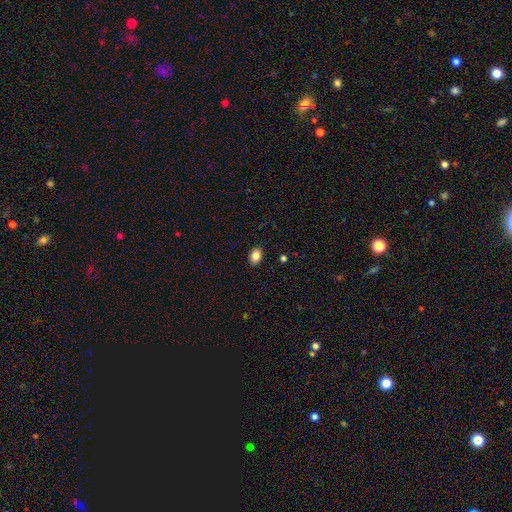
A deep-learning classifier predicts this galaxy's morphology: Smooth or featured: smooth — 86% (star or artifact — 9%)
How rounded: in between — 84% (round — 15%)
Merging: none — 88% (minor disturbance — 9%)